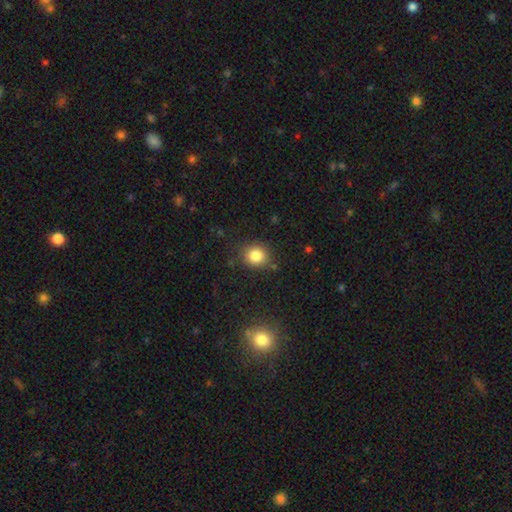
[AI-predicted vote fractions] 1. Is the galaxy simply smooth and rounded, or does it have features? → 83% smooth, 11% star or artifact, 6% featured or disk.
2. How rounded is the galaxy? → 85% round, 14% in between, 1% cigar-shaped.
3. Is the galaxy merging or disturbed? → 83% none, 10% minor disturbance, 3% major disturbance, 3% merger.